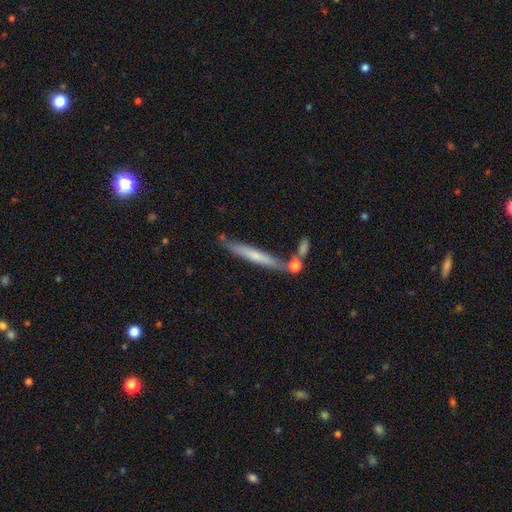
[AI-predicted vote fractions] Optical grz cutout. It shows a smooth galaxy with no disk features (54%) that is cigar-shaped (95%). Merging: none (70%).